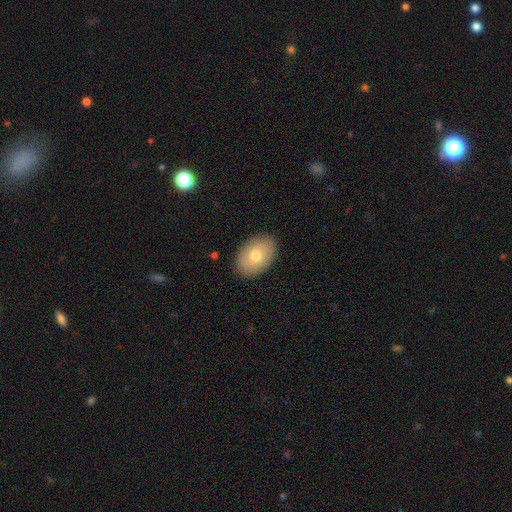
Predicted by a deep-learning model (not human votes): smooth-or-featured: smooth: 73% | featured or disk: 20% | star or artifact: 7%
  how-rounded: in between: 86% | round: 12% | cigar-shaped: 1%
  merging: none: 88% | minor disturbance: 9% | major disturbance: 2% | merger: 1%